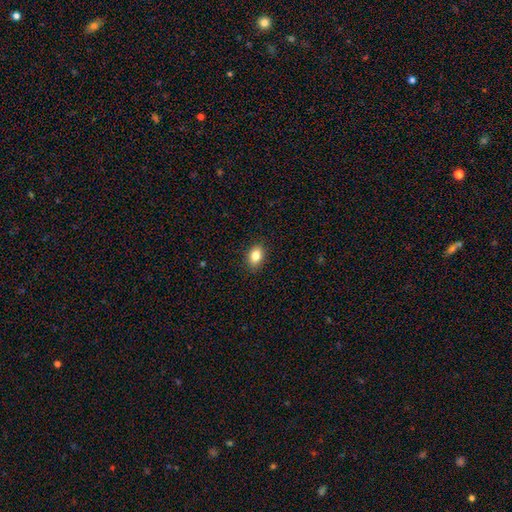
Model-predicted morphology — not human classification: A smooth galaxy with no disk features (84%) that is in between round and cigar-shaped (79%).

Vote fractions:
- Smooth or featured? smooth: 84% / star or artifact: 9% / featured or disk: 7%
- How rounded? in between: 79% / round: 20% / cigar-shaped: 1%
- Merging? none: 89% / minor disturbance: 9% / major disturbance: 2% / merger: 1%